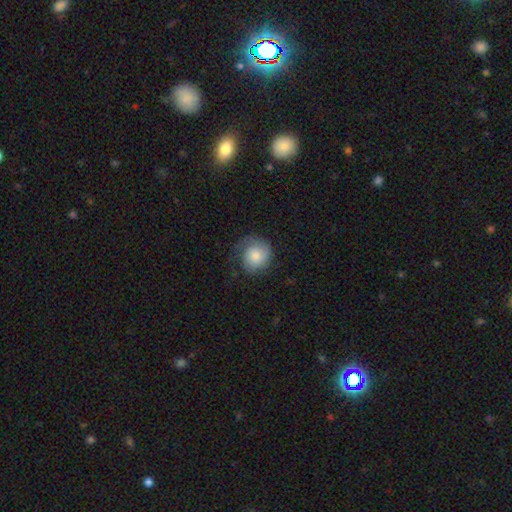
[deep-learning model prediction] A smooth galaxy with no disk features (57%) that is round (82%). Merging: none (57%).